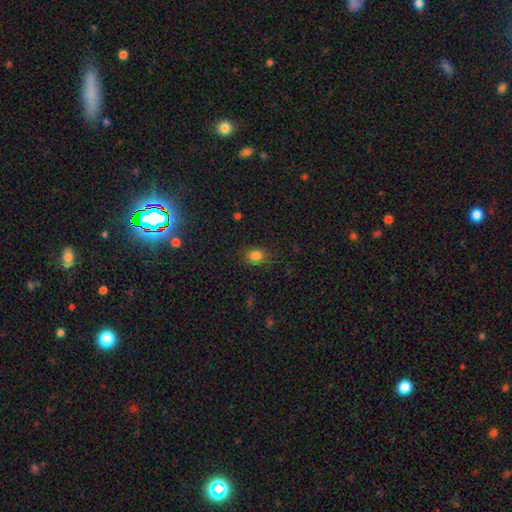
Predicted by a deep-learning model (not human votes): smooth 82%, star or artifact 13%, featured or disk 5%. Down the decision tree: how rounded — in between (50%); merging — none (82%).